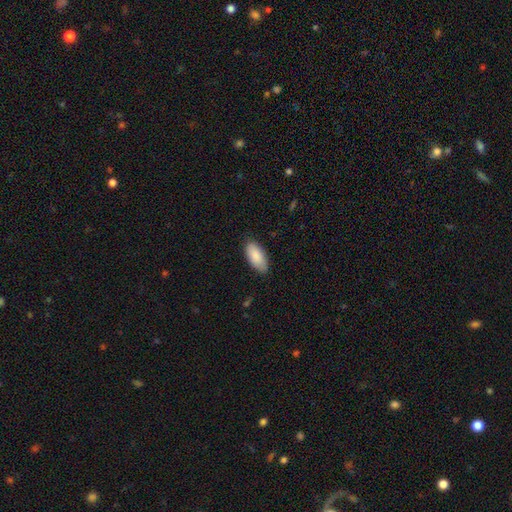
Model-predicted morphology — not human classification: A smooth galaxy with no disk features (89%) that is in between round and cigar-shaped (91%).

Vote fractions:
- Smooth or featured? smooth: 89% / star or artifact: 6% / featured or disk: 6%
- How rounded? in between: 91% / cigar-shaped: 8% / round: 2%
- Merging? none: 84% / minor disturbance: 13% / major disturbance: 2% / merger: 1%